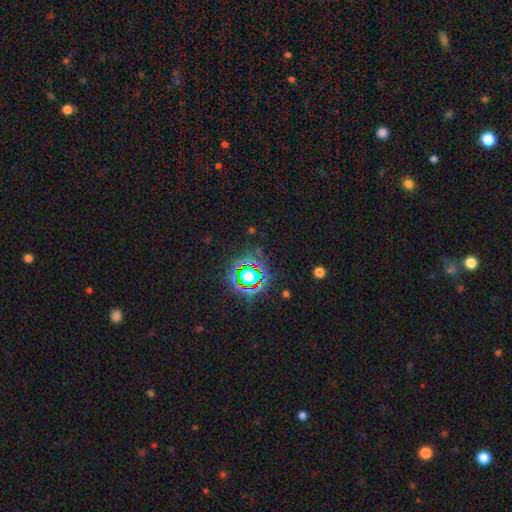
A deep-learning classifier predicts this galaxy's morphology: smooth-or-featured: star or artifact: 79% | smooth: 13% | featured or disk: 8%